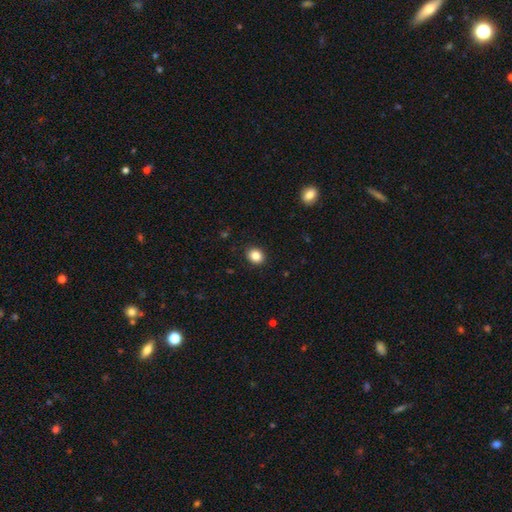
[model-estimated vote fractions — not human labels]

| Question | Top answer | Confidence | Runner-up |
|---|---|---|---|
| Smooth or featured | smooth | 86% | star or artifact (10%) |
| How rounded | round | 60% | in between (40%) |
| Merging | none | 91% | minor disturbance (6%) |